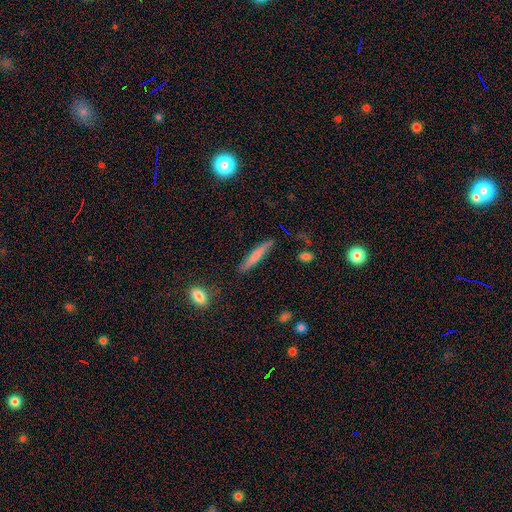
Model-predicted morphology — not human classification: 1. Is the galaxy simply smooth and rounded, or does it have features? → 66% smooth, 27% featured or disk, 6% star or artifact.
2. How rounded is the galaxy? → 93% cigar-shaped, 5% in between, 2% round.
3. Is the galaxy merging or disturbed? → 84% none, 11% minor disturbance, 2% major disturbance, 2% merger.